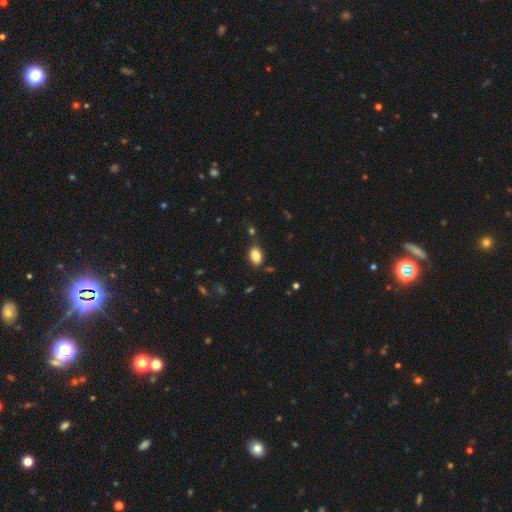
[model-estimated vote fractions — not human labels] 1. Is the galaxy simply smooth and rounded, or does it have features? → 86% smooth, 9% star or artifact, 5% featured or disk.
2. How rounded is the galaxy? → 89% in between, 10% round, 2% cigar-shaped.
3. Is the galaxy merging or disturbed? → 78% none, 15% minor disturbance, 4% merger, 4% major disturbance.